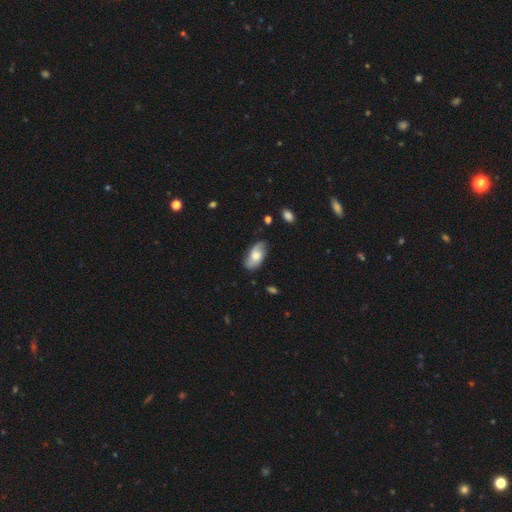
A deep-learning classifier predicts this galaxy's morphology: smooth-or-featured: smooth: 53% | featured or disk: 40% | star or artifact: 7%
  how-rounded: in between: 91% | cigar-shaped: 5% | round: 4%
  merging: none: 74% | minor disturbance: 20% | major disturbance: 5% | merger: 2%